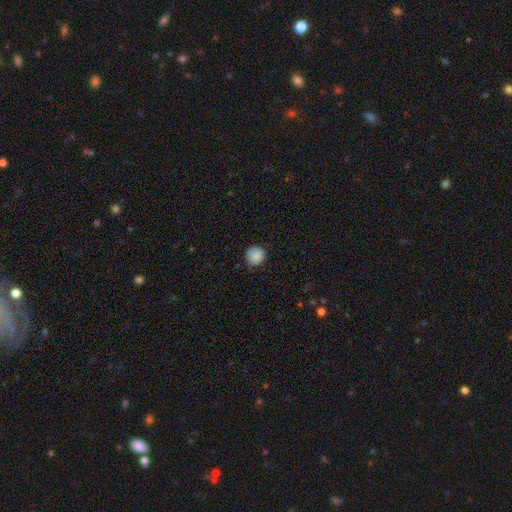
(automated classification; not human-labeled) smooth_or_featured: smooth (p=0.85) [alt: star or artifact p=0.08]
how_rounded: round (p=0.88) [alt: in between p=0.11]
merging: none (p=0.72) [alt: minor disturbance p=0.23]